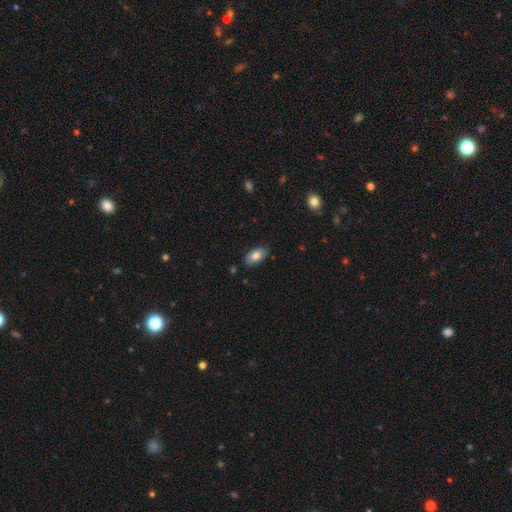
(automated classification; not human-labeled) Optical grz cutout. It shows a smooth galaxy with no disk features (81%) that is in between round and cigar-shaped (93%). Merging: none (85%).